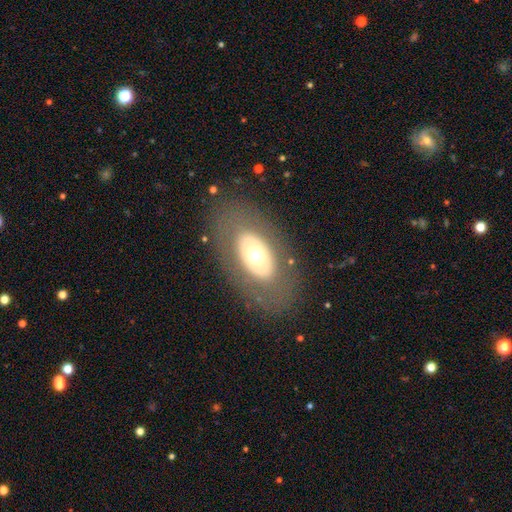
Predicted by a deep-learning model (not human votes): A smooth galaxy with no disk features (46%, tied with featured or disk).

Vote fractions:
- Smooth or featured? smooth: 46% (tied) / featured or disk: 46% (tied) / star or artifact: 8%
- Merging? none: 78% / minor disturbance: 11% / major disturbance: 9% / merger: 1%